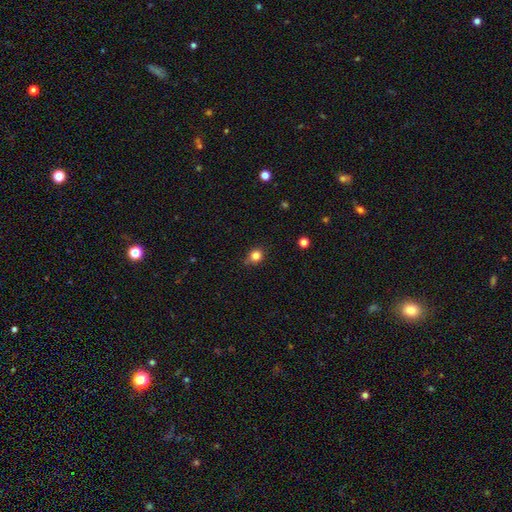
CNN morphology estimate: A smooth galaxy with no disk features (83%) that is round (80%). Merging: none (73%).